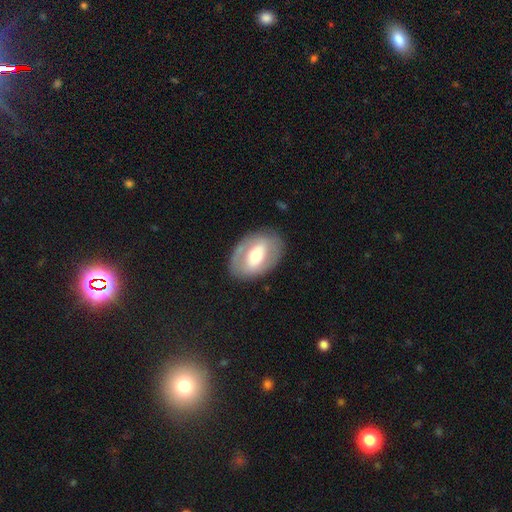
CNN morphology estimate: Smooth or featured? Predicted: featured or disk (p=0.52). Edge-on disk? Predicted: no (p=0.91). Merging? Predicted: none (p=0.82).